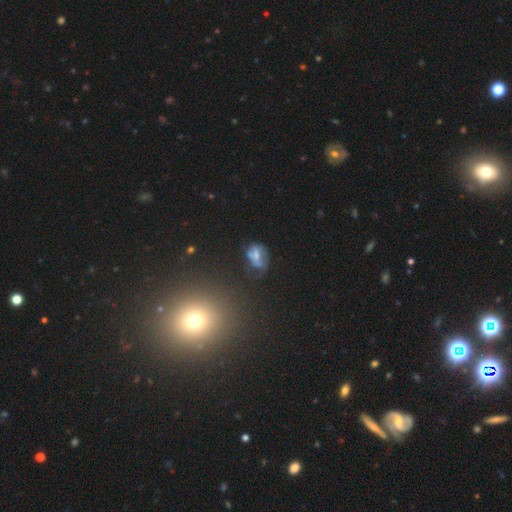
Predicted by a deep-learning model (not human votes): Smooth or featured? Predicted: smooth (p=0.43). Merging? Predicted: none (p=0.43).